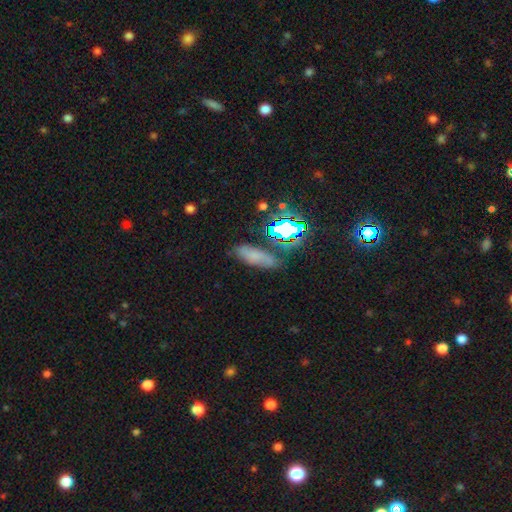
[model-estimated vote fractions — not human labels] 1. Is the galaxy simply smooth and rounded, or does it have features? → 51% smooth, 30% star or artifact, 19% featured or disk.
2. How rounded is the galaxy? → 57% in between, 34% cigar-shaped, 8% round.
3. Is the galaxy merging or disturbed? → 68% none, 19% minor disturbance, 7% major disturbance, 7% merger.